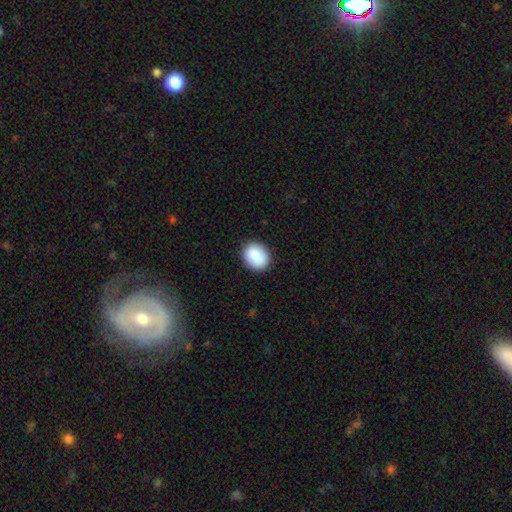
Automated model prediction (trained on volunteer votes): The model was most divided on "how rounded": round: 55%, in between: 44%, cigar-shaped: 1%. More confident: smooth or featured — smooth (88%); merging — none (87%).